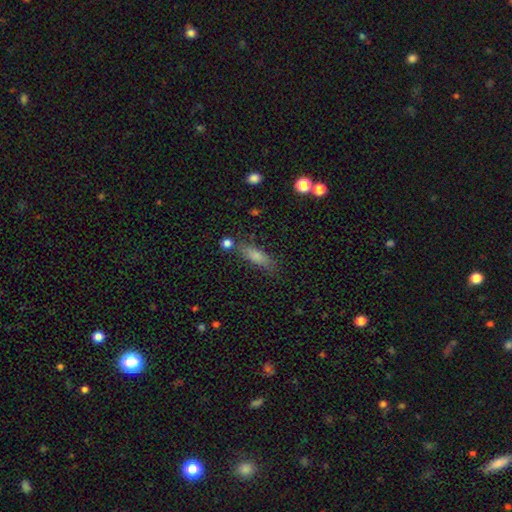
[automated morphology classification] Overall: smooth (68%). How rounded: cigar-shaped (57%; in between 39%). Merging: none (72%).